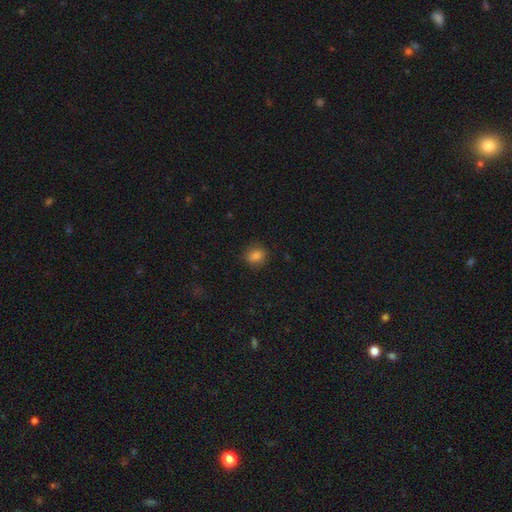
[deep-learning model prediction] Q: Smooth or featured?
A: smooth (82%); runner-up: star or artifact (12%)
Q: How rounded?
A: round (57%); runner-up: in between (42%)
Q: Merging?
A: none (85%); runner-up: minor disturbance (11%)